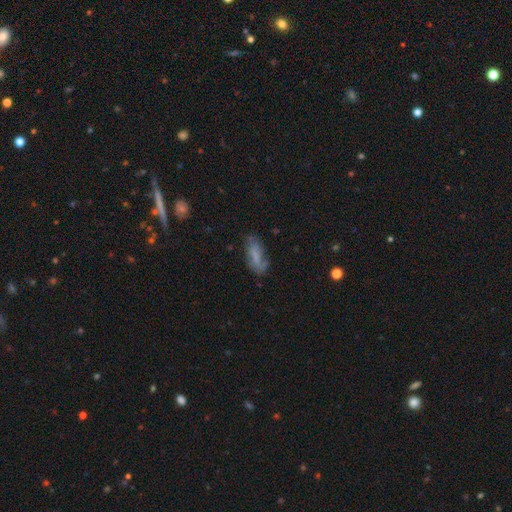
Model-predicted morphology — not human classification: type=smooth (61%); roundness=in between (69%); merging=none (54%).